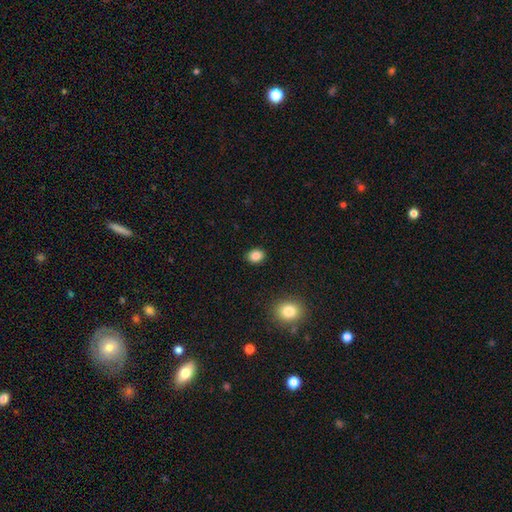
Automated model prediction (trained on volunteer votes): A smooth galaxy with no disk features (86%) that is round (55%). Merging: none (90%).